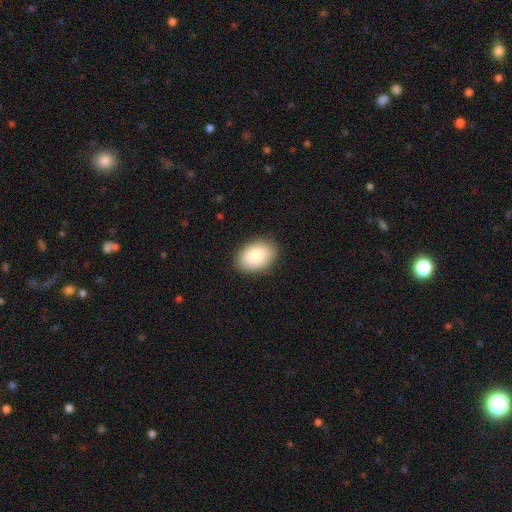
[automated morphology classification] Smooth or featured? smooth (86%)
How rounded? in between (87%)
Merging? none (87%)